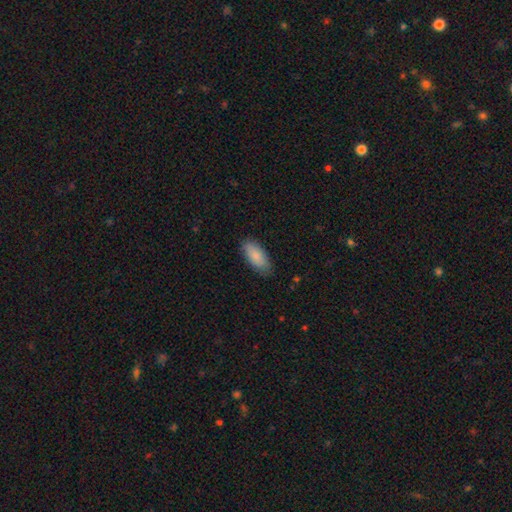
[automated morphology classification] type=smooth (86%); roundness=in between (87%); merging=none (84%).